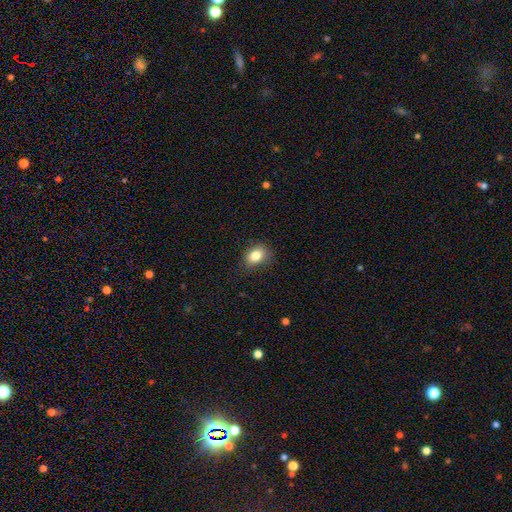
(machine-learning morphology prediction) smooth 83%, star or artifact 10%, featured or disk 8%. Down the decision tree: how rounded — in between (67%); merging — none (81%).